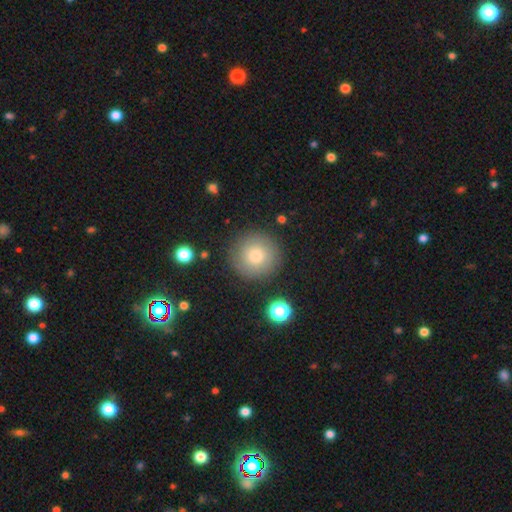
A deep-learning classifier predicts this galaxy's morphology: Smooth or featured? Predicted: smooth (p=0.73). How rounded? Predicted: round (p=0.96). Merging? Predicted: none (p=0.87).